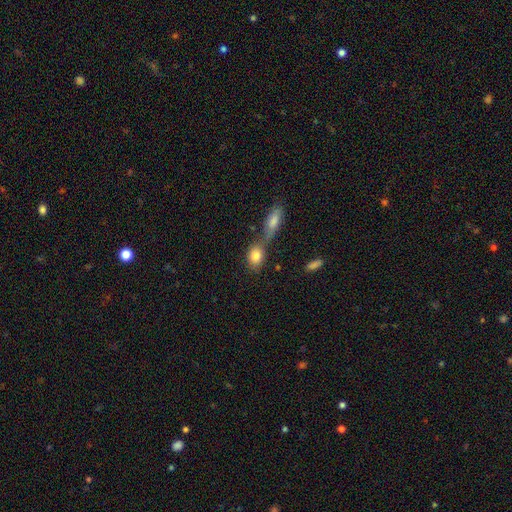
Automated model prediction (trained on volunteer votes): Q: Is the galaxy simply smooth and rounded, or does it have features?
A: smooth — 83%.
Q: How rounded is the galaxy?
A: in between — 63%.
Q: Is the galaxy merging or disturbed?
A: none — 43%, tied with merger.